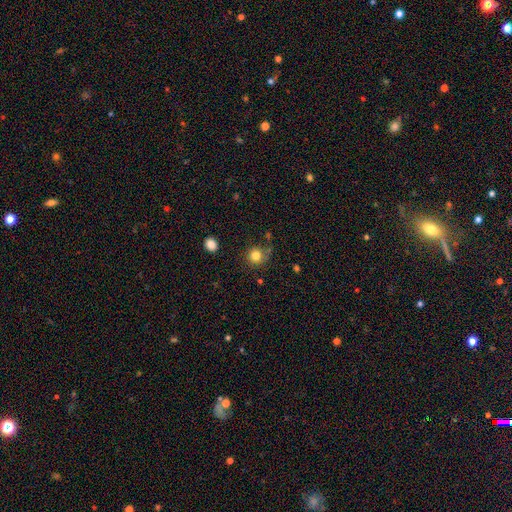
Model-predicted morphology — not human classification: smooth 80%, star or artifact 13%, featured or disk 7%. Down the decision tree: how rounded — round (89%); merging — none (74%).